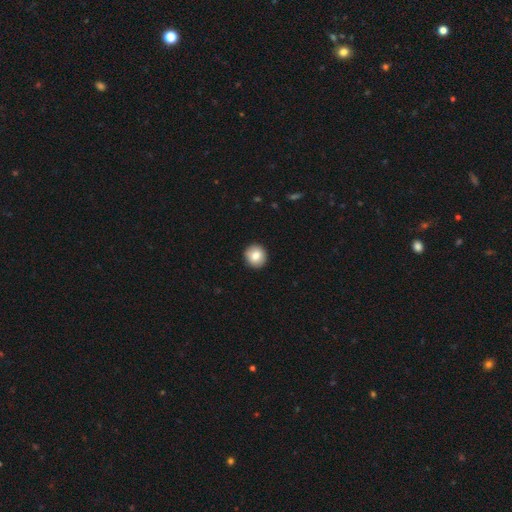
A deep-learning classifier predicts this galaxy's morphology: A smooth galaxy with no disk features (83%) that is round (92%). Merging: none (92%).